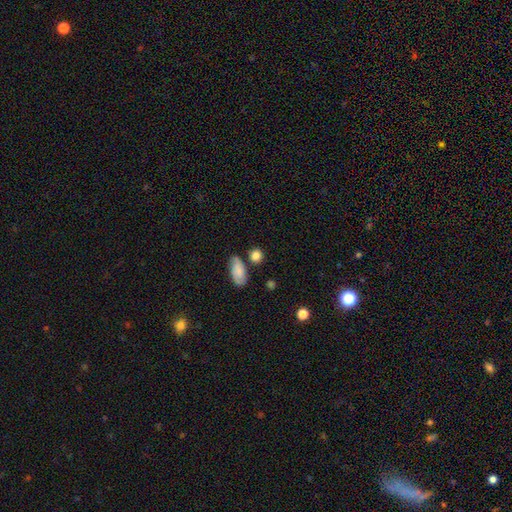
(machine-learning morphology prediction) A smooth galaxy with no disk features (82%) that is round (73%). Merging: none (72%).